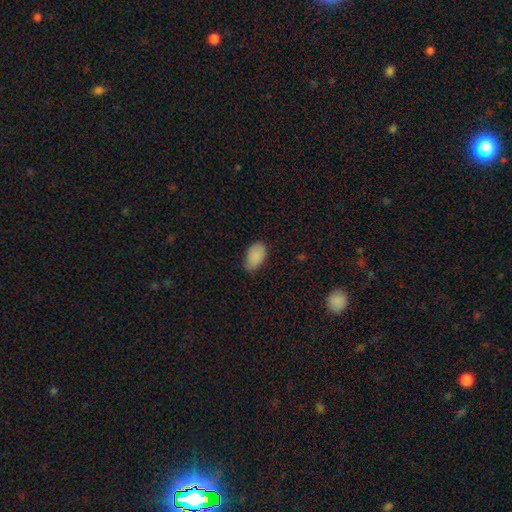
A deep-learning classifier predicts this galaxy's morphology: Q: Smooth or featured?
A: smooth (89%); runner-up: star or artifact (7%)
Q: How rounded?
A: in between (93%); runner-up: round (6%)
Q: Merging?
A: none (73%); runner-up: minor disturbance (23%)